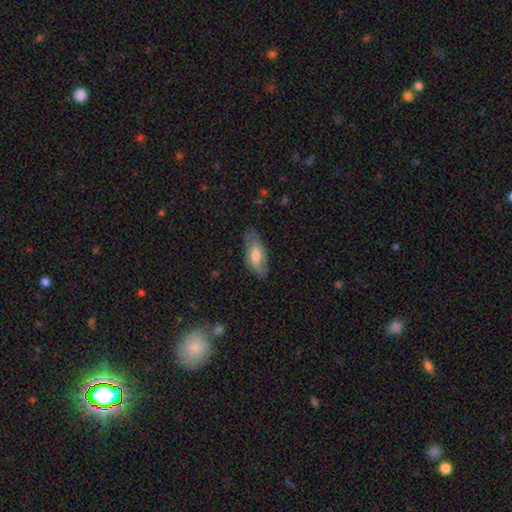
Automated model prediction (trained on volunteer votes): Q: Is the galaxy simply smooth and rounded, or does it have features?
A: smooth — 58%.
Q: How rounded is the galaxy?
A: in between — 83%.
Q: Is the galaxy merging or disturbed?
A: none — 70%.